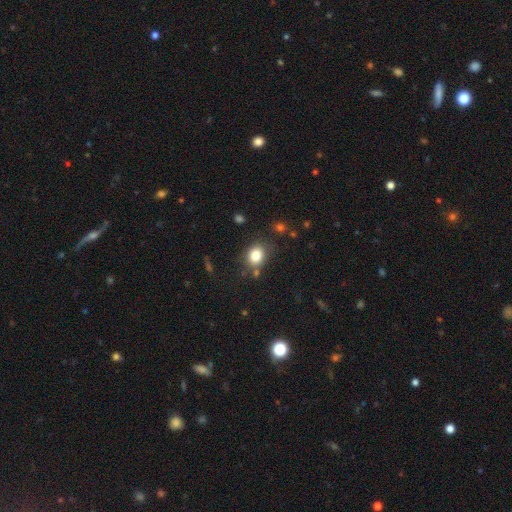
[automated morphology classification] Smooth or featured?
  - smooth: 82% *
  - star or artifact: 11%
  - featured or disk: 7%
How rounded?
  - round: 61% *
  - in between: 38%
  - cigar-shaped: 1%
Merging?
  - none: 78% *
  - minor disturbance: 13%
  - merger: 6%
  - major disturbance: 4%